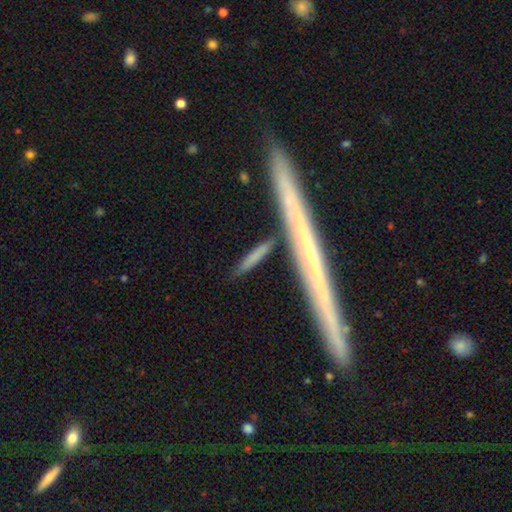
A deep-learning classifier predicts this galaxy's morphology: Overall: smooth (49%; featured or disk 42%). Merging: none (75%).